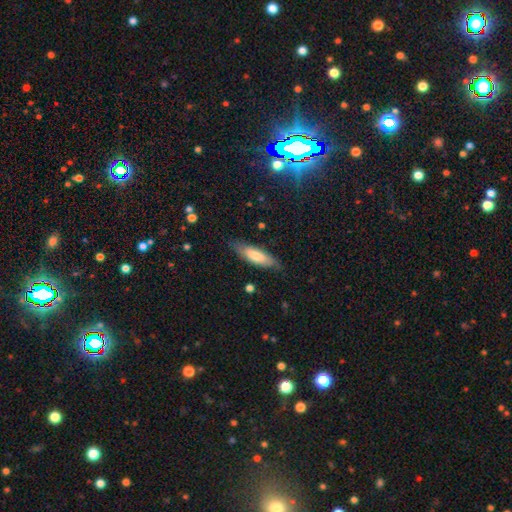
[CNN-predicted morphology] This is likely a smooth galaxy (69%). How rounded: possibly in between (49%, tied with cigar-shaped). Merging: likely none (77%).